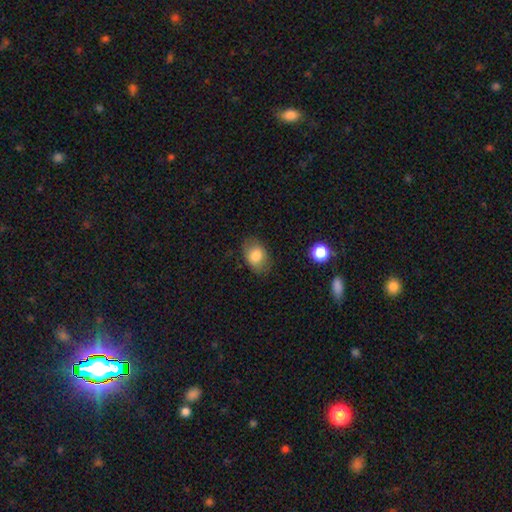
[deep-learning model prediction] This appears to be a smooth galaxy with no disk features (80%) that is in between round and cigar-shaped (80%). Merging: none (77%).